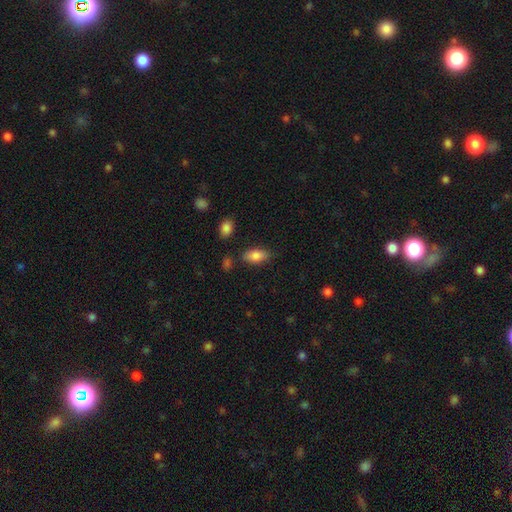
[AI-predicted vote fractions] smooth-or-featured: smooth: 84% | featured or disk: 8% | star or artifact: 8%
  how-rounded: in between: 90% | cigar-shaped: 6% | round: 4%
  merging: none: 76% | minor disturbance: 16% | merger: 4% | major disturbance: 4%